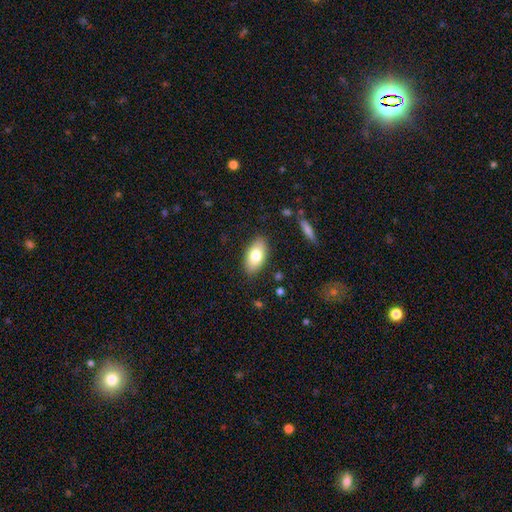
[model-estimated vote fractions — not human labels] The model was most divided on "smooth or featured": smooth: 77%, featured or disk: 16%, star or artifact: 7%. More confident: how rounded — in between (92%); merging — none (86%).